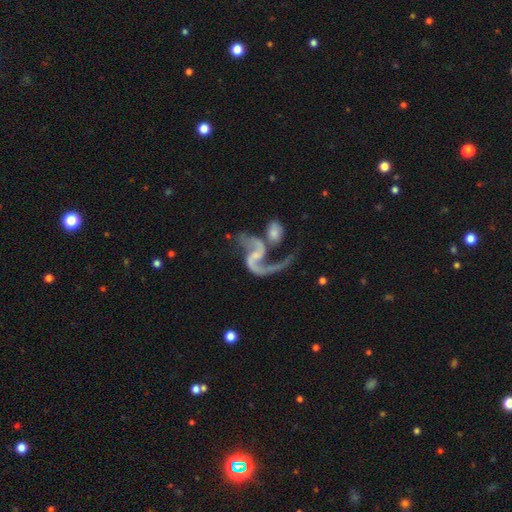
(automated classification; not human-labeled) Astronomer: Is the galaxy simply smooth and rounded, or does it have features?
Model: featured or disk — 89%.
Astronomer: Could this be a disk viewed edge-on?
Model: no — 98%.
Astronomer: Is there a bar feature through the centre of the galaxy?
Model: weak — 41% (runner-up: no, 40%).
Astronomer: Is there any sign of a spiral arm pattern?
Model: yes — 94%.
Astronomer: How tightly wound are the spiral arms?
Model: loose — 78%.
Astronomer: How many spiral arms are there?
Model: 2 — 84%.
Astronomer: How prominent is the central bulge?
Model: small — 50% (runner-up: none, 33%).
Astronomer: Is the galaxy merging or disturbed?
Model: none — 33% (runner-up: merger, 28%).